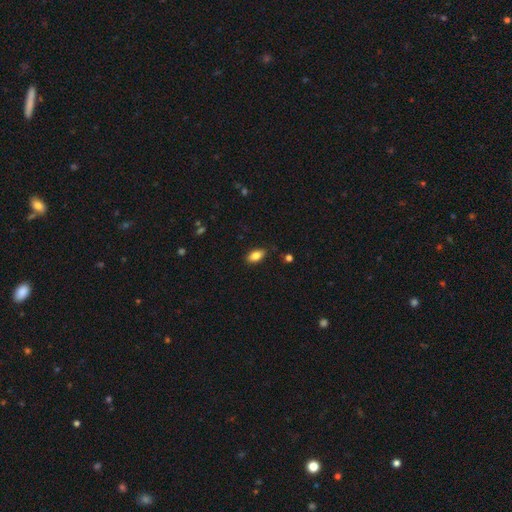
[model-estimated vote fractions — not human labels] smooth_or_featured: smooth (p=0.82) [alt: featured or disk p=0.10]
how_rounded: in between (p=0.90) [alt: round p=0.06]
merging: none (p=0.85) [alt: minor disturbance p=0.11]